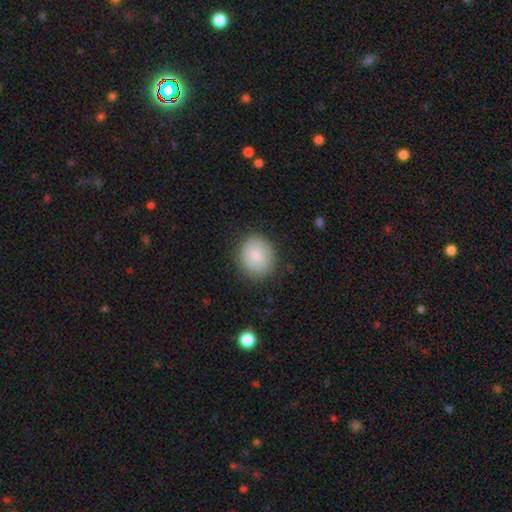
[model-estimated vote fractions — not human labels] Q: Smooth or featured?
A: smooth (81%); runner-up: featured or disk (12%)
Q: How rounded?
A: round (76%); runner-up: in between (24%)
Q: Merging?
A: none (84%); runner-up: minor disturbance (11%)